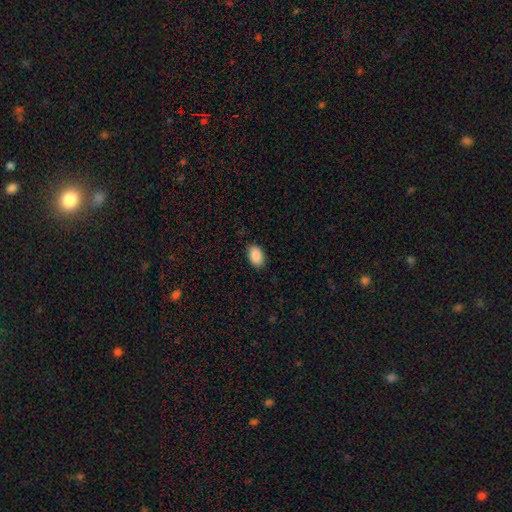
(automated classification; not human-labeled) Overall: smooth (89%). How rounded: in between (90%). Merging: none (87%).